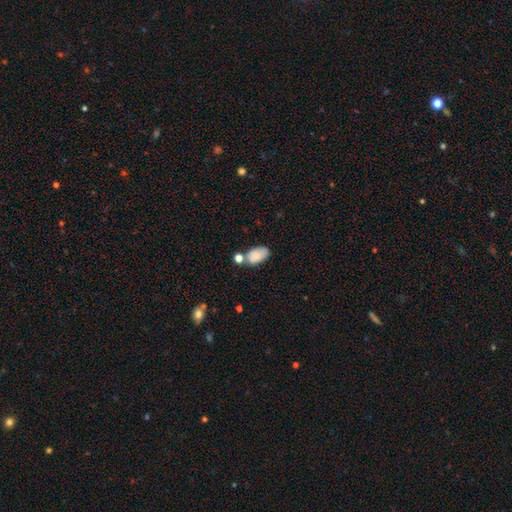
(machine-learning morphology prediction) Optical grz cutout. It shows a smooth galaxy with no disk features (79%) that is in between round and cigar-shaped (92%). Merging: none (51%).